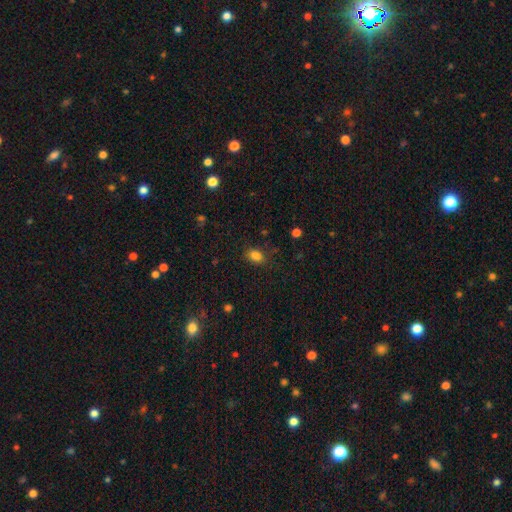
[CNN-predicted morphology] smooth 83%, star or artifact 12%, featured or disk 4%. Down the decision tree: how rounded — in between (79%); merging — none (78%).